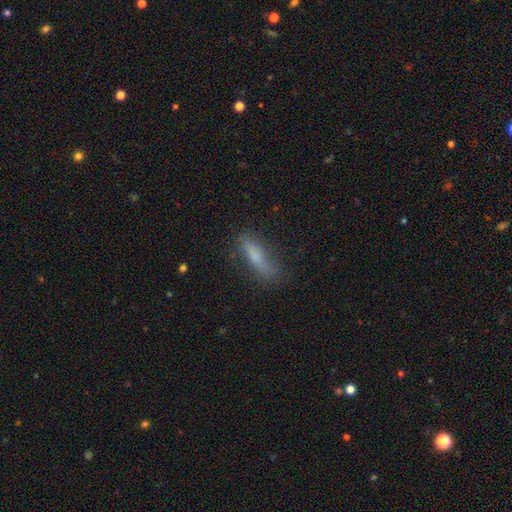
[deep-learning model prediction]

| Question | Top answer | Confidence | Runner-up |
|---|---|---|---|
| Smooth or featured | smooth | 65% | featured or disk (26%) |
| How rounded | cigar-shaped | 70% | in between (28%) |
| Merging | none | 69% | minor disturbance (21%) |